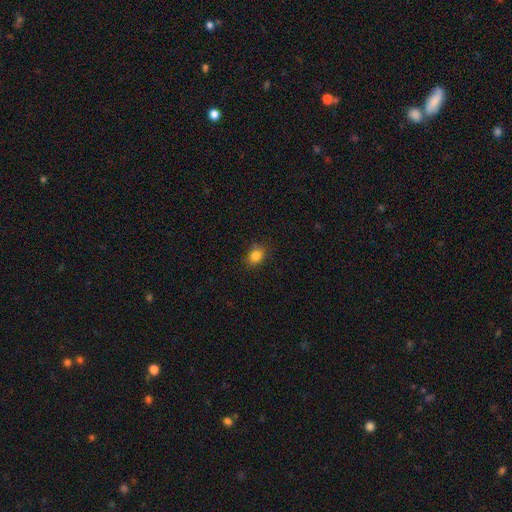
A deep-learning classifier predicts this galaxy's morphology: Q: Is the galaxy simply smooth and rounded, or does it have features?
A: smooth — 83%.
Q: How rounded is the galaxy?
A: round — 55%.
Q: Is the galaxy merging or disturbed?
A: none — 80%.